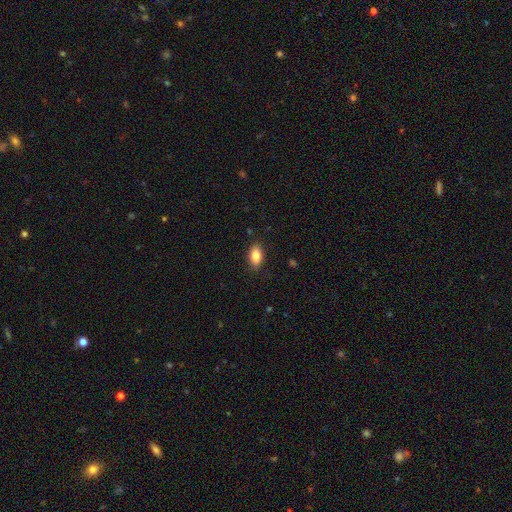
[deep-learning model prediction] Q: Smooth or featured?
A: smooth (85%); runner-up: star or artifact (7%)
Q: How rounded?
A: in between (90%); runner-up: cigar-shaped (5%)
Q: Merging?
A: none (87%); runner-up: minor disturbance (10%)